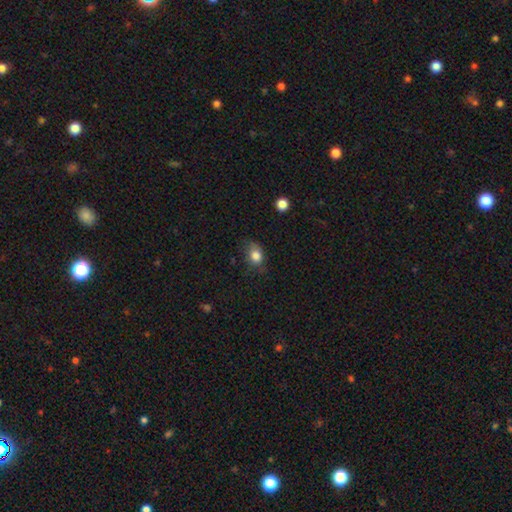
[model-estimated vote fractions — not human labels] Smooth or featured?
  - smooth: 83% *
  - star or artifact: 10%
  - featured or disk: 7%
How rounded?
  - in between: 60% *
  - round: 39%
  - cigar-shaped: 1%
Merging?
  - none: 61% *
  - minor disturbance: 29%
  - major disturbance: 9%
  - merger: 2%